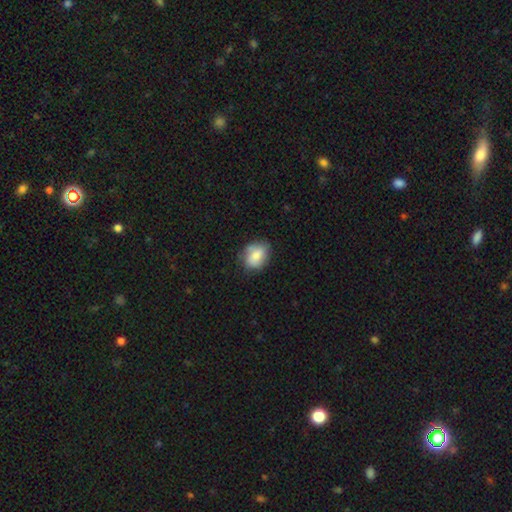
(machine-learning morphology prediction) Smooth or featured: smooth — 75% (featured or disk — 17%)
How rounded: in between — 64% (round — 34%)
Merging: none — 68% (minor disturbance — 25%)